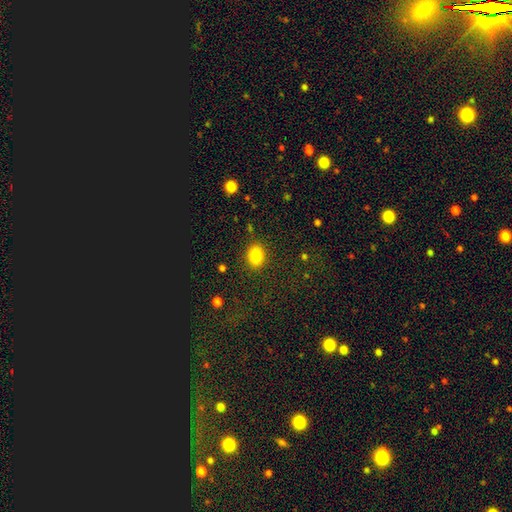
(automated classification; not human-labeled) Overall: smooth (83%). How rounded: in between (59%; round 40%). Merging: none (86%).